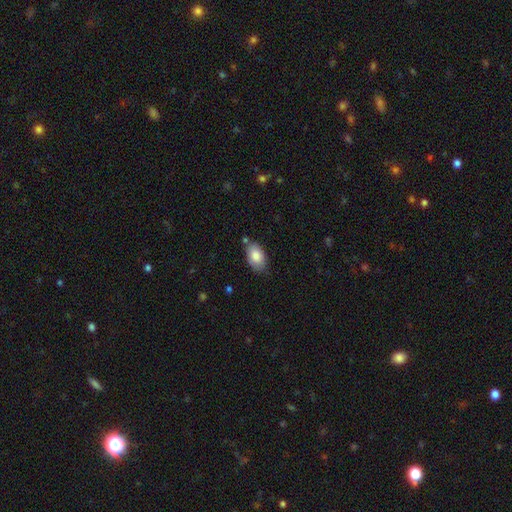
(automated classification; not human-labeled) Smooth or featured?
  - smooth: 84% *
  - featured or disk: 10%
  - star or artifact: 6%
How rounded?
  - in between: 93% *
  - round: 5%
  - cigar-shaped: 1%
Merging?
  - none: 73% *
  - minor disturbance: 18%
  - merger: 5%
  - major disturbance: 3%